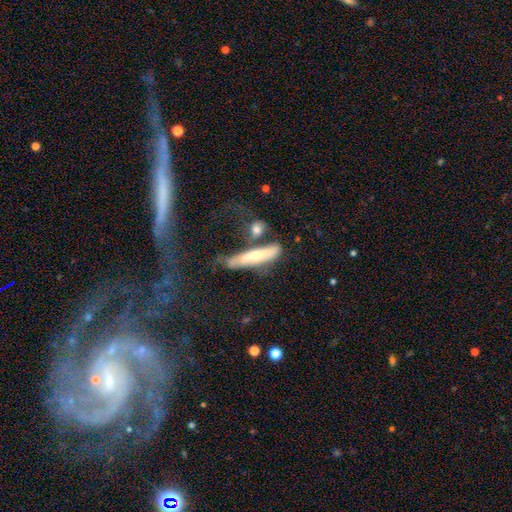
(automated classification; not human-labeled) This is possibly a smooth galaxy (55%). How rounded: clearly cigar-shaped (81%). Merging: possibly none (45%).